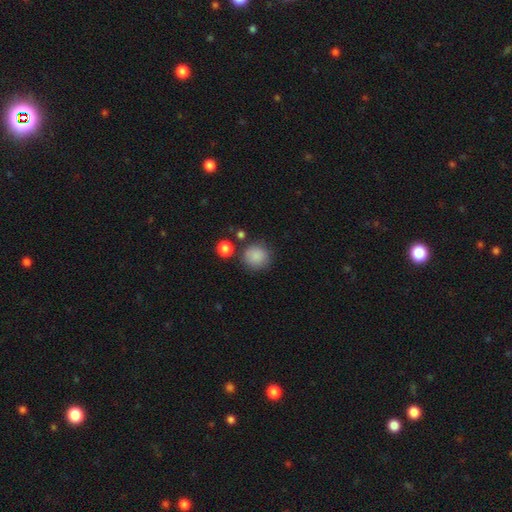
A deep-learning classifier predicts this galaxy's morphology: This is clearly a smooth galaxy (86%). How rounded: clearly round (92%). Merging: clearly none (80%).